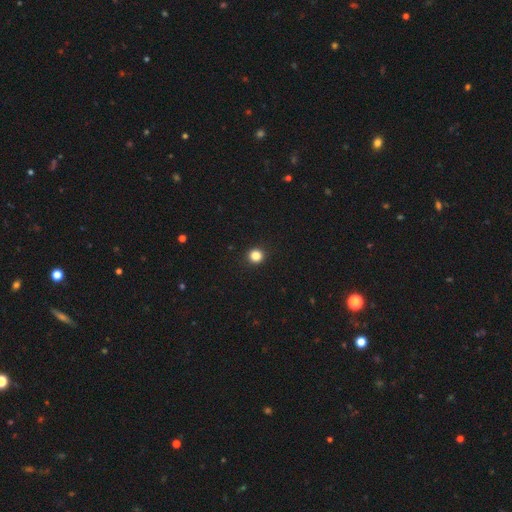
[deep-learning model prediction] A smooth galaxy with no disk features (85%) that is round (93%). Merging: none (93%).